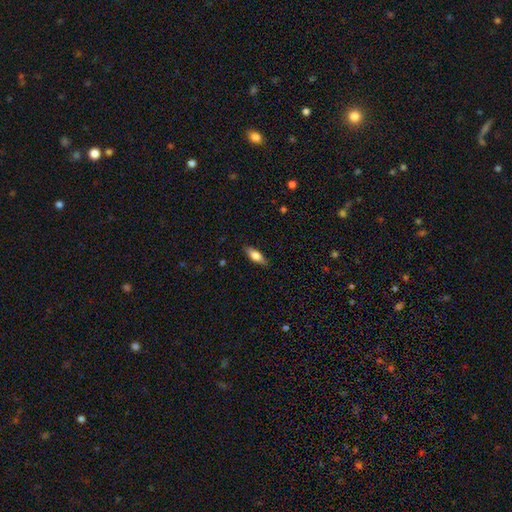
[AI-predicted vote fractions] Smooth or featured? smooth (74%)
How rounded? in between (66%)
Merging? none (86%)